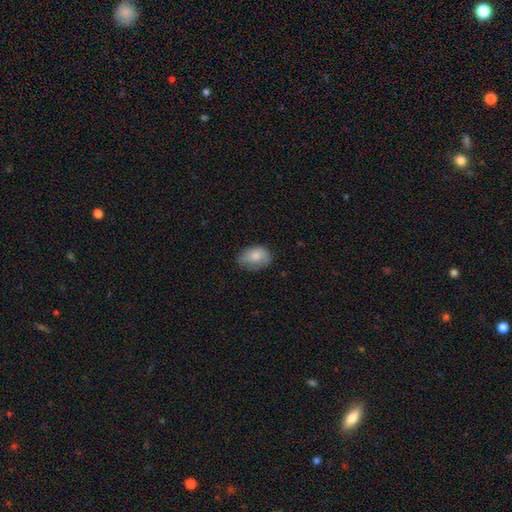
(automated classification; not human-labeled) This appears to be a smooth galaxy with no disk features (78%) that is in between round and cigar-shaped (78%). Merging: none (63%).